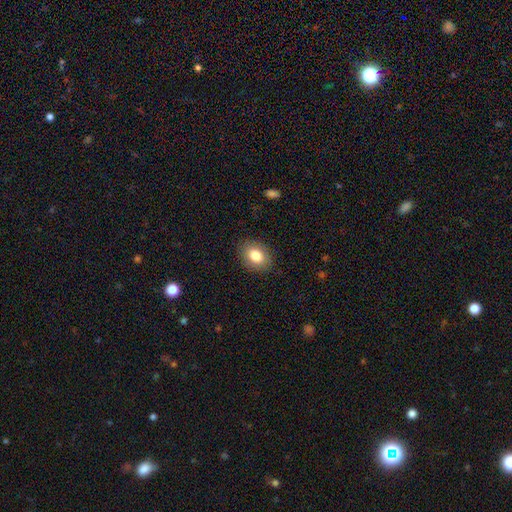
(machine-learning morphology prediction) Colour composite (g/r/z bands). It shows a smooth galaxy with no disk features (82%) that is in between round and cigar-shaped (73%). Merging: none (87%).